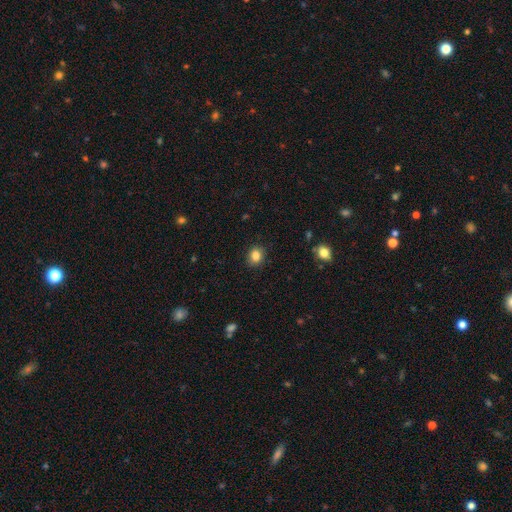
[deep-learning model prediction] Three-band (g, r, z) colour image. It shows a smooth galaxy with no disk features (85%) that is round (60%). Merging: none (88%).